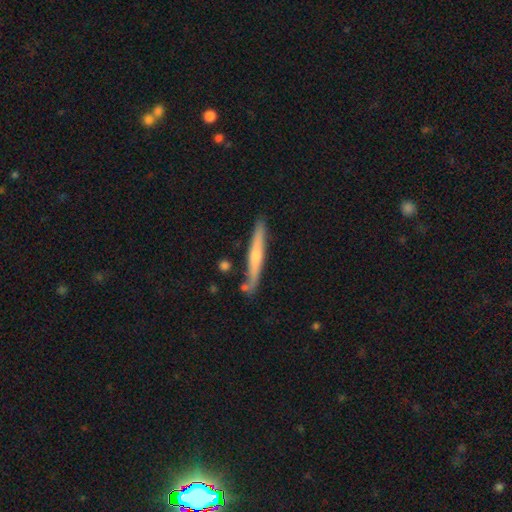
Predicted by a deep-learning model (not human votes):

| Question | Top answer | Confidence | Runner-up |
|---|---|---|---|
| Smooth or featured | featured or disk | 48% | smooth (46%) |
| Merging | none | 79% | minor disturbance (13%) |